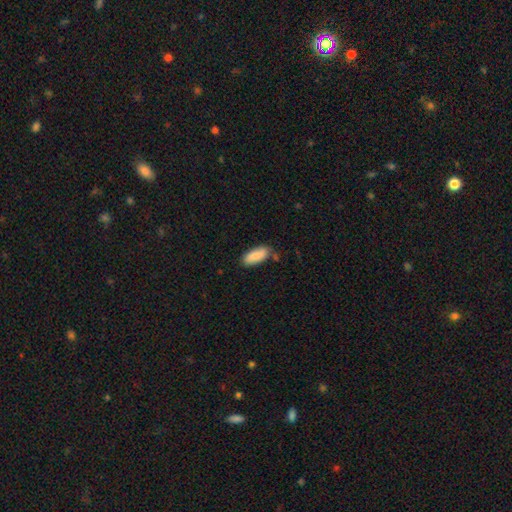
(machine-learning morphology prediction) The model was most divided on "merging": none: 74%, minor disturbance: 19%, merger: 4%, major disturbance: 3%. More confident: smooth or featured — smooth (85%); how rounded — in between (83%).